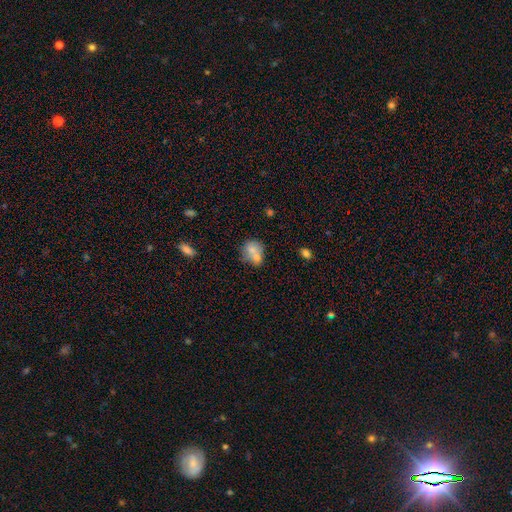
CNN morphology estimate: A smooth galaxy with no disk features (67%) that is round (57%).

Vote fractions:
- Smooth or featured? smooth: 67% / featured or disk: 21% / star or artifact: 12%
- How rounded? round: 57% / in between: 41% / cigar-shaped: 2%
- Merging? merger: 46% / none: 37% / minor disturbance: 12% / major disturbance: 5%